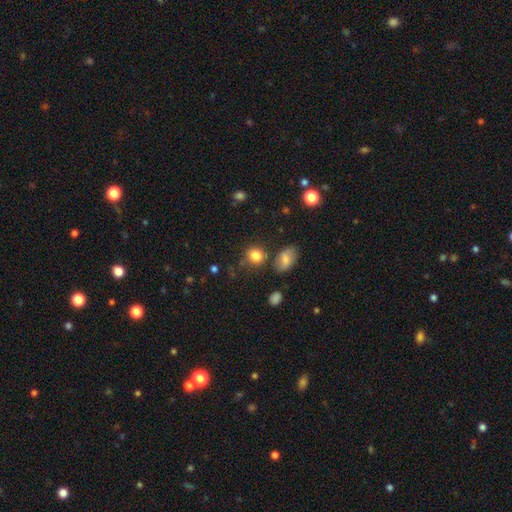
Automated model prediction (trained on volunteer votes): smooth_or_featured: smooth (p=0.83) [alt: star or artifact p=0.11]
how_rounded: round (p=0.80) [alt: in between p=0.19]
merging: none (p=0.74) [alt: minor disturbance p=0.12]